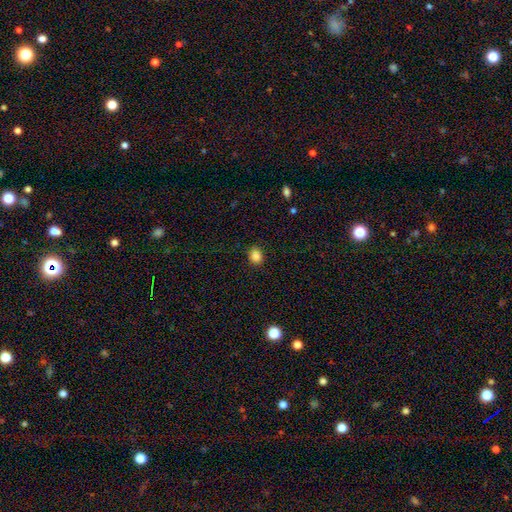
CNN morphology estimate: Smooth or featured: smooth — 85% (star or artifact — 11%)
How rounded: round — 60% (in between — 39%)
Merging: none — 88% (minor disturbance — 8%)